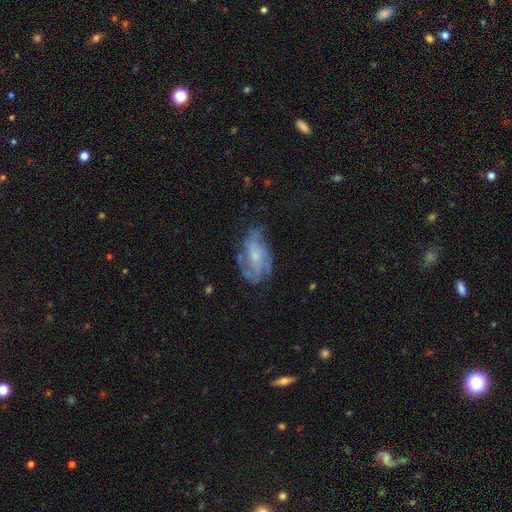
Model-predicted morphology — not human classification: smooth_or_featured: featured or disk (p=0.72) [alt: smooth p=0.20]
disk_edge_on: no (p=0.95) [alt: yes p=0.05]
bar: no (p=0.68) [alt: weak p=0.26]
has_spiral_arms: yes (p=0.85) [alt: no p=0.15]
spiral_winding: medium (p=0.41) [alt: tight p=0.39]
spiral_arm_count: can't tell (p=0.38) [alt: 2 p=0.22]
bulge_size: small (p=0.66) [alt: moderate p=0.25]
merging: none (p=0.60) [alt: minor disturbance p=0.24]